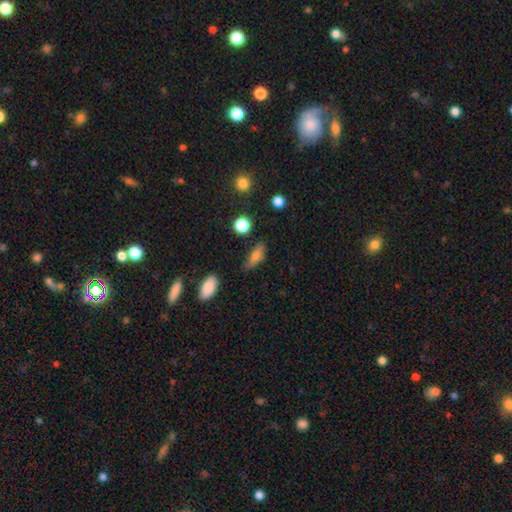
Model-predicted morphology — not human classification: This is likely a smooth galaxy (73%). How rounded: likely in between (68%). Merging: likely none (66%).